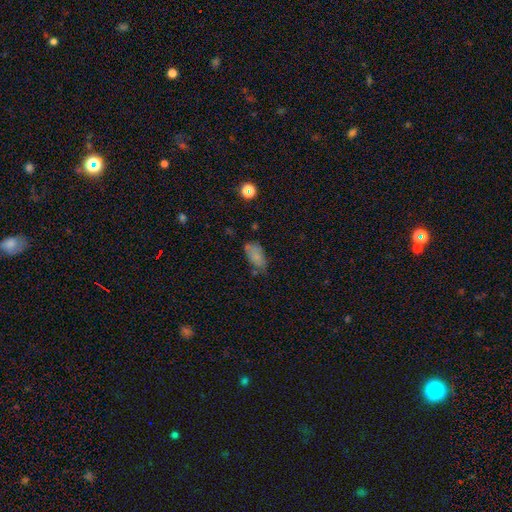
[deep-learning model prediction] Morphology: type=smooth (74%); roundness=in between (90%); merging=none (59%).